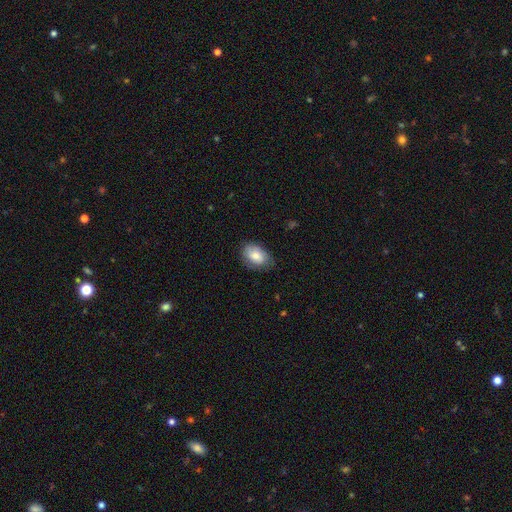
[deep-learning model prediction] Overall: smooth (79%). How rounded: in between (87%). Merging: none (71%).